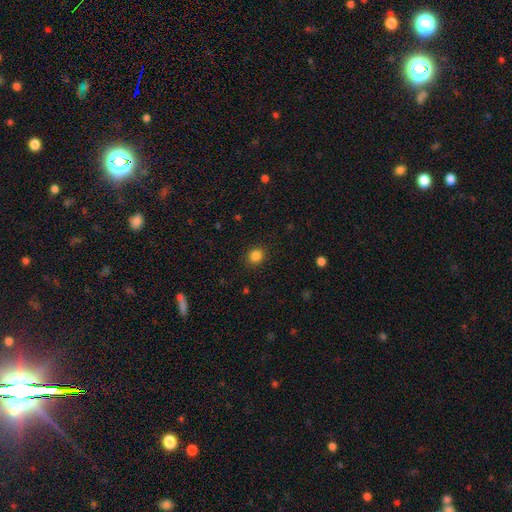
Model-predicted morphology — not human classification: smooth_or_featured: smooth (p=0.84) [alt: star or artifact p=0.12]
how_rounded: round (p=0.87) [alt: in between p=0.12]
merging: none (p=0.90) [alt: minor disturbance p=0.07]